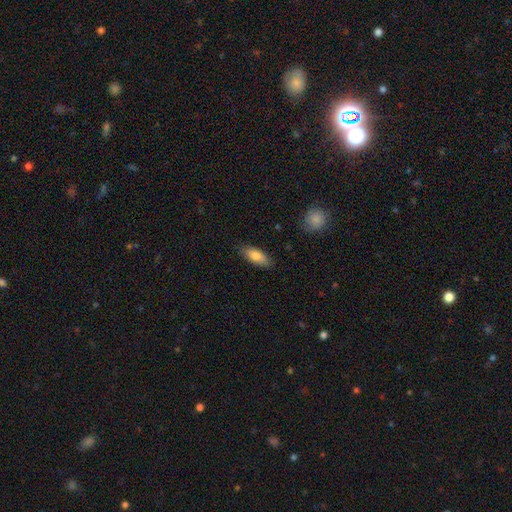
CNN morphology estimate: smooth 79%, featured or disk 15%, star or artifact 6%. Down the decision tree: how rounded — in between (77%); merging — none (85%).